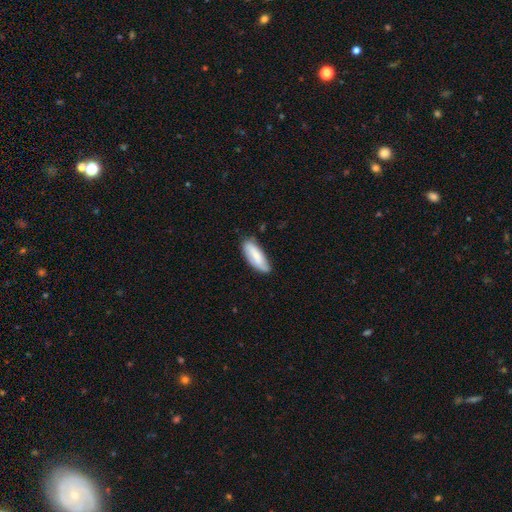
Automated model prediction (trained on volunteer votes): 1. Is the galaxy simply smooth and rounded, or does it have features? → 71% smooth, 23% featured or disk, 6% star or artifact.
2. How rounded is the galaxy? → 68% in between, 30% cigar-shaped, 2% round.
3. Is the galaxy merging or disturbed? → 71% none, 23% minor disturbance, 4% major disturbance, 2% merger.